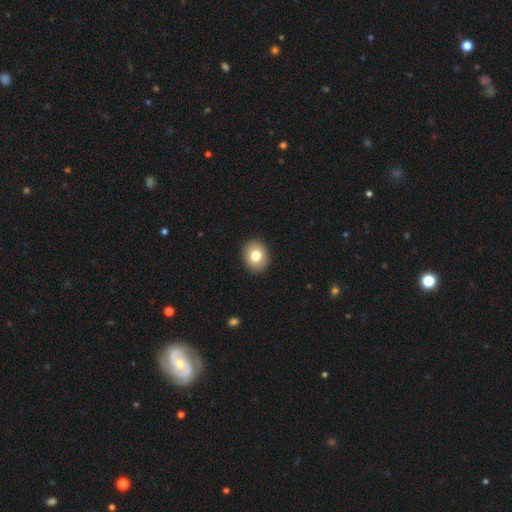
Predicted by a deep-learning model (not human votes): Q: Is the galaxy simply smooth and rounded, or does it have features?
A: smooth — 78%.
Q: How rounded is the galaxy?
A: round — 53%.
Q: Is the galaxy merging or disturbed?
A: none — 92%.